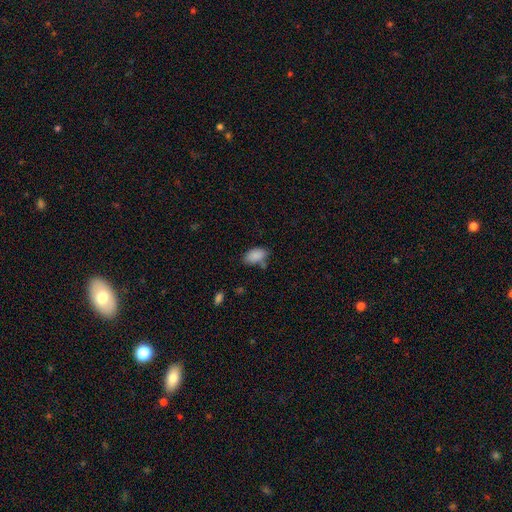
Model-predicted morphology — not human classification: This appears to be a smooth galaxy with no disk features (87%) that is in between round and cigar-shaped (93%). Merging: none (65%).